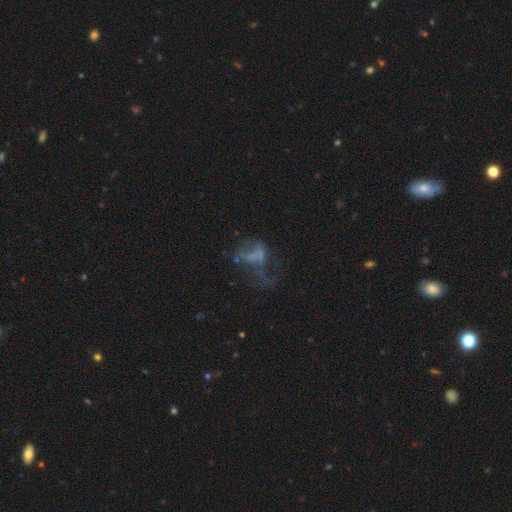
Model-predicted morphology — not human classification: featured or disk 47%, smooth 31%, star or artifact 22%. Down the decision tree: merging — major disturbance (50%).